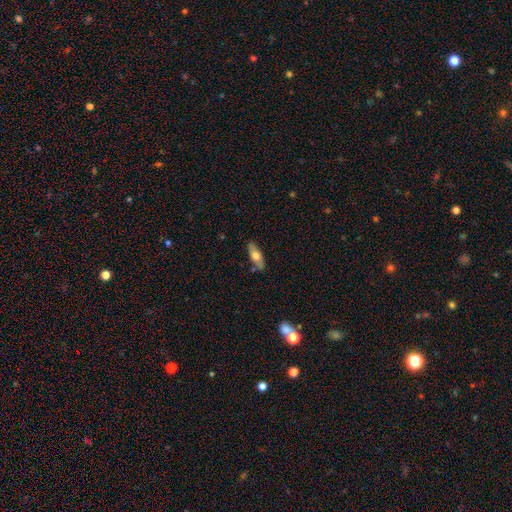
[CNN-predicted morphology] Smooth or featured? Predicted: smooth (p=0.61). How rounded? Predicted: in between (p=0.71). Merging? Predicted: none (p=0.80).